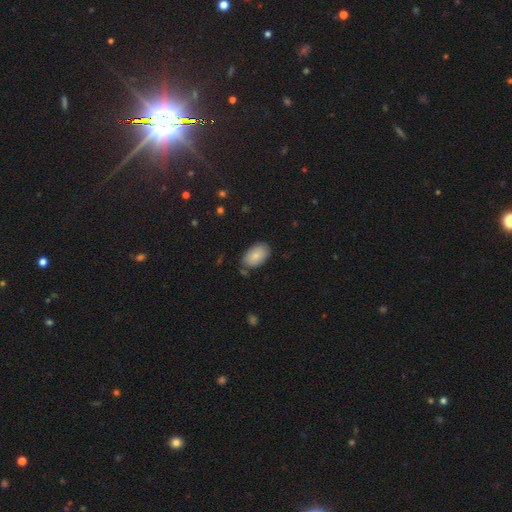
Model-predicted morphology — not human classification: A smooth galaxy with no disk features (83%) that is in between round and cigar-shaped (94%).

Vote fractions:
- Smooth or featured? smooth: 83% / featured or disk: 11% / star or artifact: 7%
- How rounded? in between: 94% / round: 5% / cigar-shaped: 1%
- Merging? none: 78% / minor disturbance: 16% / major disturbance: 3% / merger: 3%